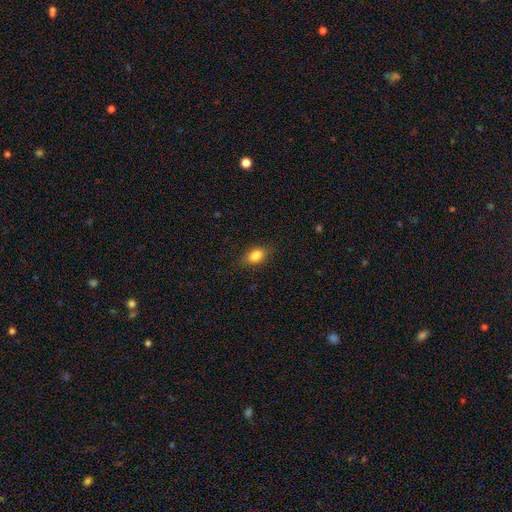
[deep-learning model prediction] smooth-or-featured: smooth: 84% | star or artifact: 9% | featured or disk: 7%
  how-rounded: in between: 84% | round: 10% | cigar-shaped: 5%
  merging: none: 80% | minor disturbance: 15% | major disturbance: 4% | merger: 1%